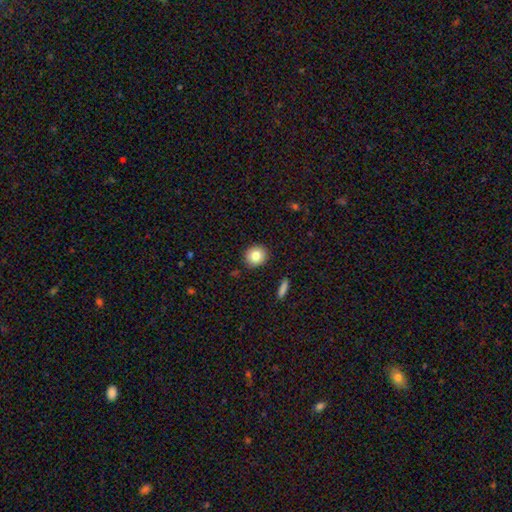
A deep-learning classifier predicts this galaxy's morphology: A smooth galaxy with no disk features (80%) that is round (87%).

Vote fractions:
- Smooth or featured? smooth: 80% / featured or disk: 10% / star or artifact: 9%
- How rounded? round: 87% / in between: 12% / cigar-shaped: 1%
- Merging? none: 91% / minor disturbance: 6% / major disturbance: 2% / merger: 1%